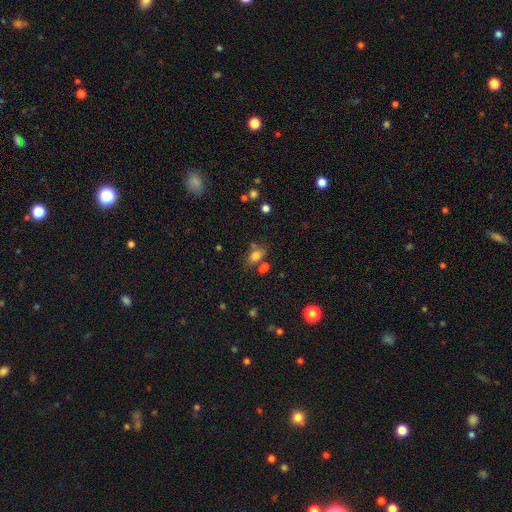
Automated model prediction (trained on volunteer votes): Overall: smooth (74%). How rounded: in between (81%). Merging: none (57%; merger 20%).